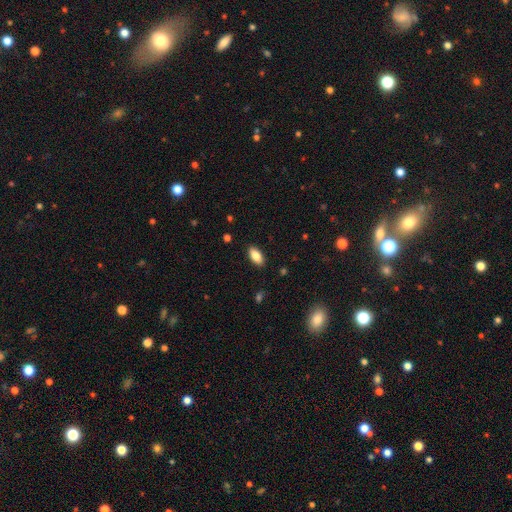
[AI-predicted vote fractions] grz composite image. It shows a smooth galaxy with no disk features (84%) that is in between round and cigar-shaped (91%). Merging: none (89%).